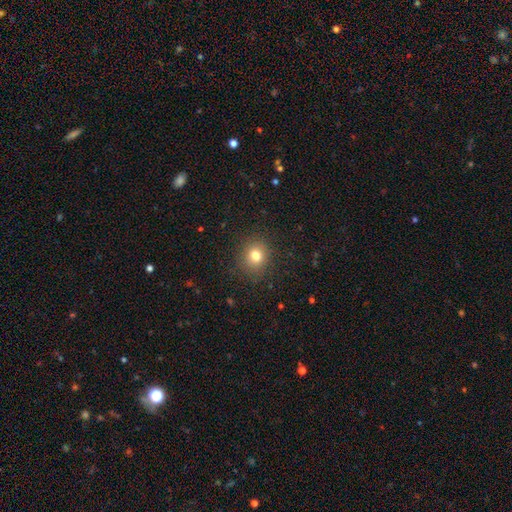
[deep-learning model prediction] smooth-or-featured: smooth: 79% | star or artifact: 13% | featured or disk: 8%
  how-rounded: round: 80% | in between: 19% | cigar-shaped: 1%
  merging: none: 88% | minor disturbance: 8% | major disturbance: 3% | merger: 1%